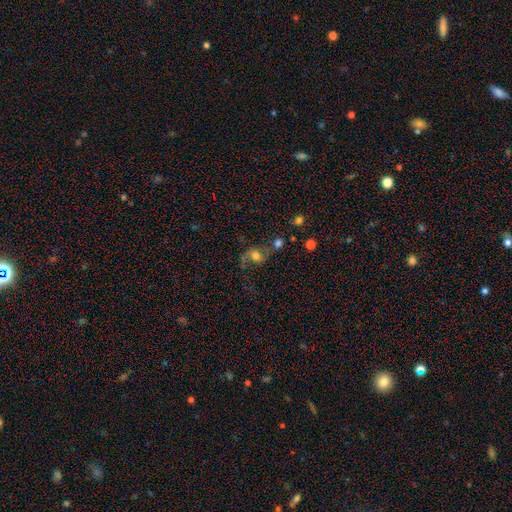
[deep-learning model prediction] The model was most divided on "smooth or featured": featured or disk: 46%, smooth: 40%, star or artifact: 13%. Remaining: merging — none (42%).